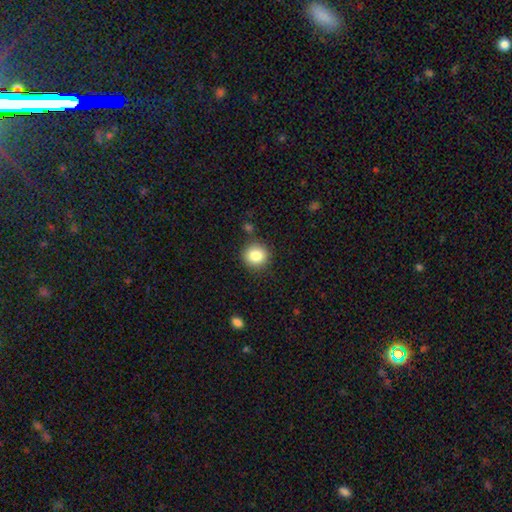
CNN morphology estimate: The model was most divided on "smooth or featured": smooth: 83%, star or artifact: 10%, featured or disk: 7%. More confident: how rounded — round (91%); merging — none (87%).